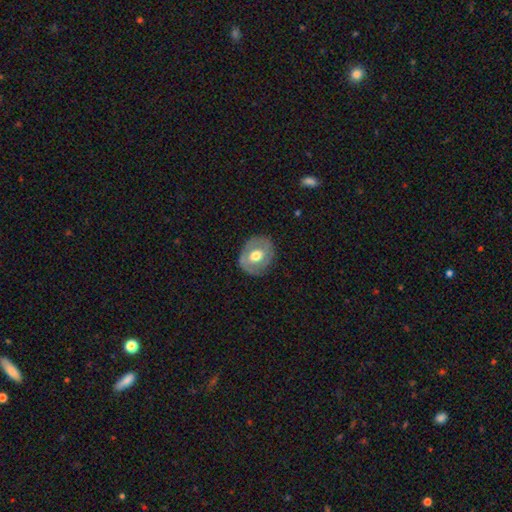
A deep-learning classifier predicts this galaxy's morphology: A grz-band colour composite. It shows a featured or disk galaxy (47%, tied with smooth). Merging: none (80%).